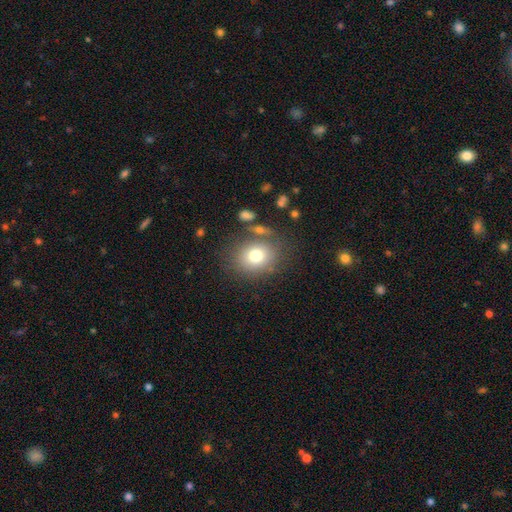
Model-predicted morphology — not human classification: Smooth or featured? smooth (74%)
How rounded? round (64%)
Merging? none (75%)